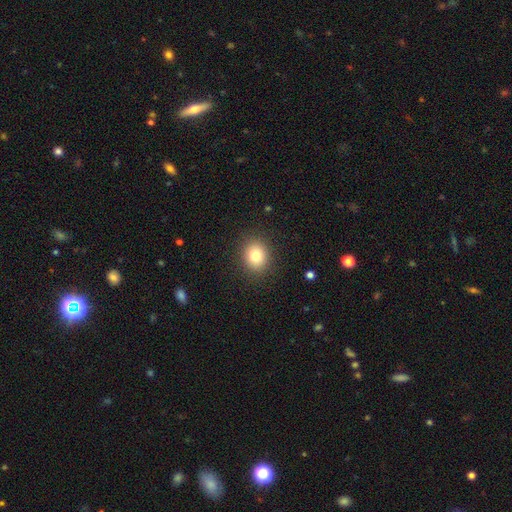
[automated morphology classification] Q: Smooth or featured?
A: smooth (80%); runner-up: star or artifact (11%)
Q: How rounded?
A: round (70%); runner-up: in between (29%)
Q: Merging?
A: none (89%); runner-up: minor disturbance (7%)